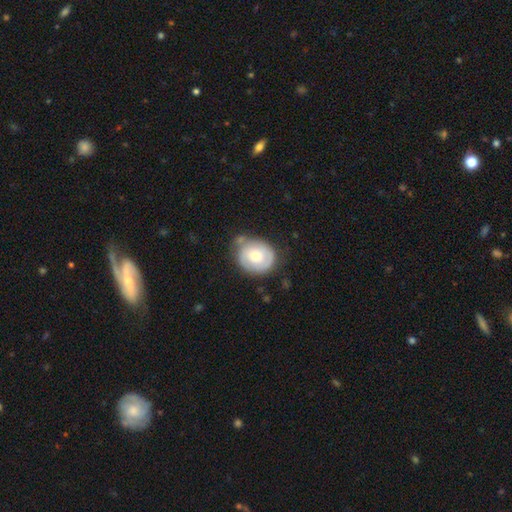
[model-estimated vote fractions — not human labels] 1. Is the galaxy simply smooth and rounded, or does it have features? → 57% featured or disk, 38% smooth, 6% star or artifact.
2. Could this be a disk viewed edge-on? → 97% no, 3% yes.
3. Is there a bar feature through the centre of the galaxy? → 78% no, 18% weak, 3% strong.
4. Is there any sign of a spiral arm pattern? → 73% yes, 27% no.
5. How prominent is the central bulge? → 57% moderate, 35% small, 5% large, 1% none, 1% dominant.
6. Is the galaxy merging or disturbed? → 59% none, 26% minor disturbance, 9% major disturbance, 6% merger.